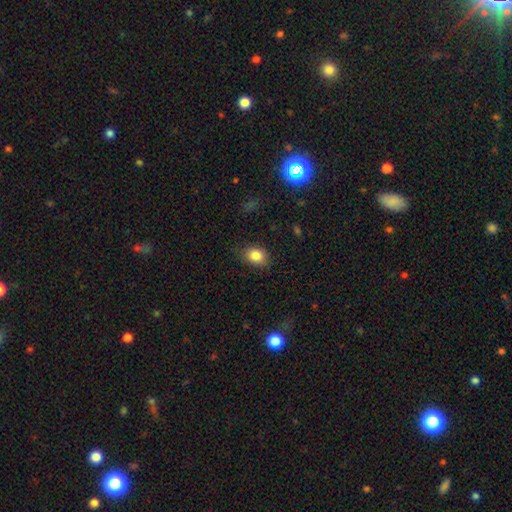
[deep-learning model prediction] Smooth or featured?
  - smooth: 84% *
  - star or artifact: 9%
  - featured or disk: 7%
How rounded?
  - in between: 68% *
  - round: 31%
  - cigar-shaped: 1%
Merging?
  - none: 82% *
  - minor disturbance: 14%
  - major disturbance: 3%
  - merger: 1%